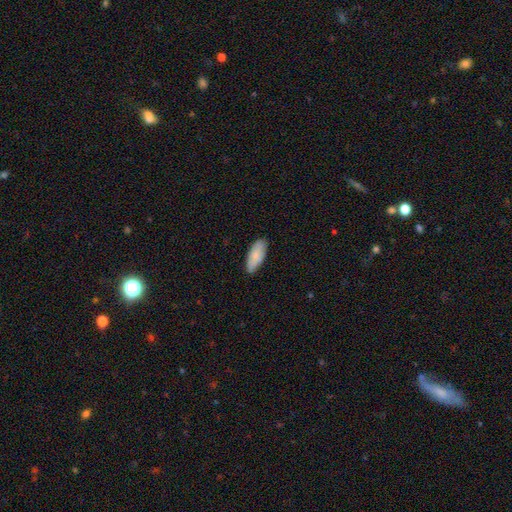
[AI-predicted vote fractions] Overall: smooth (83%). How rounded: in between (81%). Merging: none (83%).